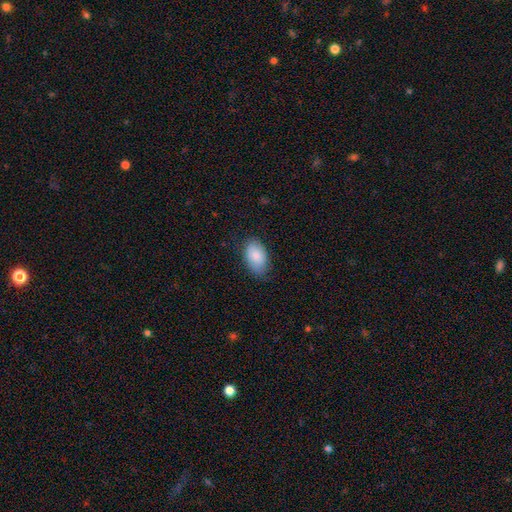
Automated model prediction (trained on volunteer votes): Smooth or featured?
  - smooth: 82% *
  - featured or disk: 11%
  - star or artifact: 6%
How rounded?
  - in between: 93% *
  - round: 5%
  - cigar-shaped: 1%
Merging?
  - none: 75% *
  - minor disturbance: 20%
  - major disturbance: 4%
  - merger: 1%